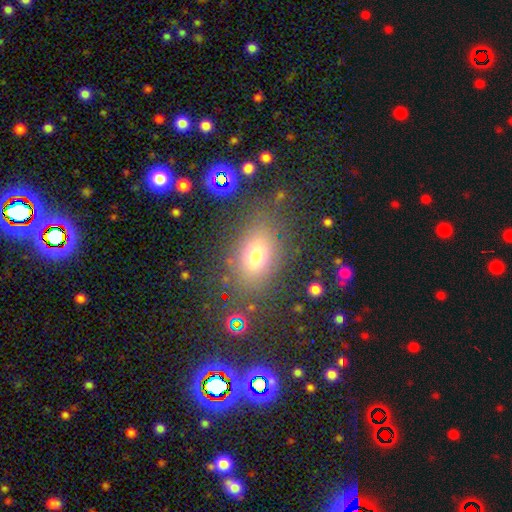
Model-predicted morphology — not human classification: smooth-or-featured: smooth: 70% | star or artifact: 18% | featured or disk: 12%
  how-rounded: in between: 63% | round: 35% | cigar-shaped: 2%
  merging: none: 77% | minor disturbance: 12% | major disturbance: 7% | merger: 4%